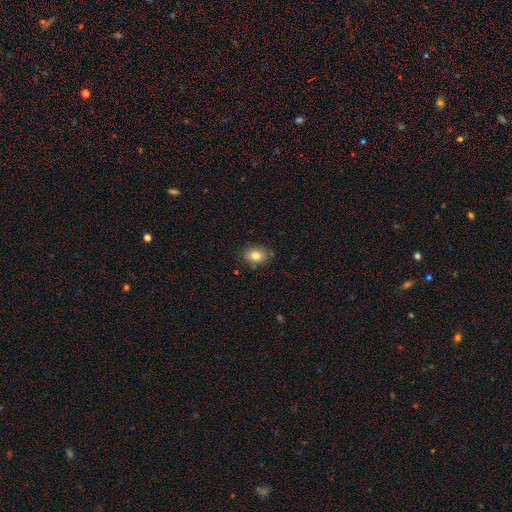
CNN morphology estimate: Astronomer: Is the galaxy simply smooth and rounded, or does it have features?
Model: smooth — 82%.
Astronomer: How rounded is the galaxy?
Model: in between — 73%.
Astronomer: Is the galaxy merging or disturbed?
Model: none — 84%.